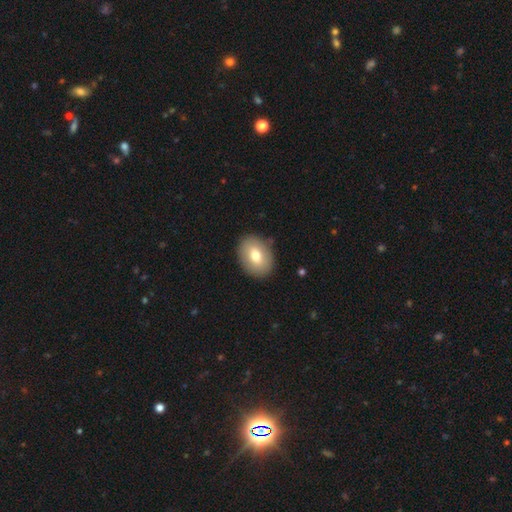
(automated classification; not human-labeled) Smooth or featured? Predicted: smooth (p=0.74). How rounded? Predicted: in between (p=0.71). Merging? Predicted: none (p=0.87).